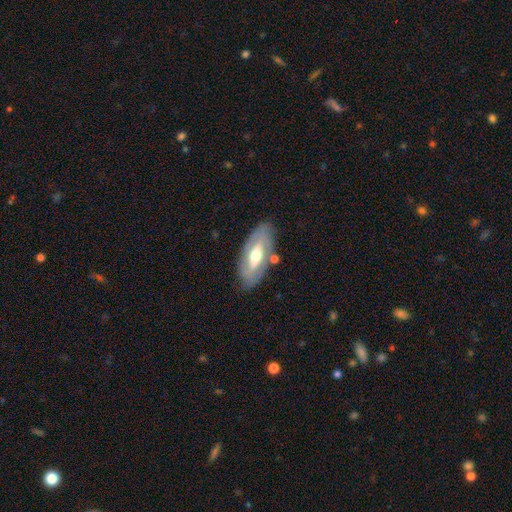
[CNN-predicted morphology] Q: Smooth or featured?
A: featured or disk (64%); runner-up: smooth (30%)
Q: Edge-on disk?
A: no (82%); runner-up: yes (18%)
Q: Bar?
A: no (45%); runner-up: weak (29%)
Q: Spiral arms?
A: no (55%); runner-up: yes (45%)
Q: Bulge size?
A: moderate (69%); runner-up: small (18%)
Q: Merging?
A: none (76%); runner-up: minor disturbance (15%)